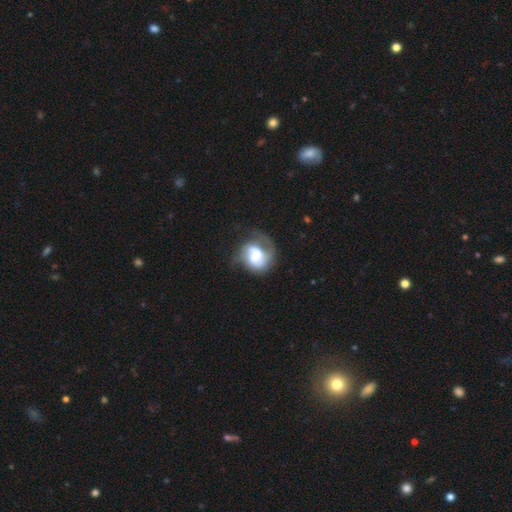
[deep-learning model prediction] Q: Smooth or featured?
A: featured or disk (63%); runner-up: smooth (30%)
Q: Edge-on disk?
A: no (98%); runner-up: yes (2%)
Q: Bar?
A: no (55%); runner-up: weak (35%)
Q: Spiral arms?
A: yes (86%); runner-up: no (14%)
Q: Spiral winding?
A: medium (41%); runner-up: loose (30%)
Q: Spiral arm count?
A: 2 (52%); runner-up: 1 (28%)
Q: Bulge size?
A: large (34%); runner-up: moderate (32%)
Q: Merging?
A: none (41%); runner-up: major disturbance (30%)